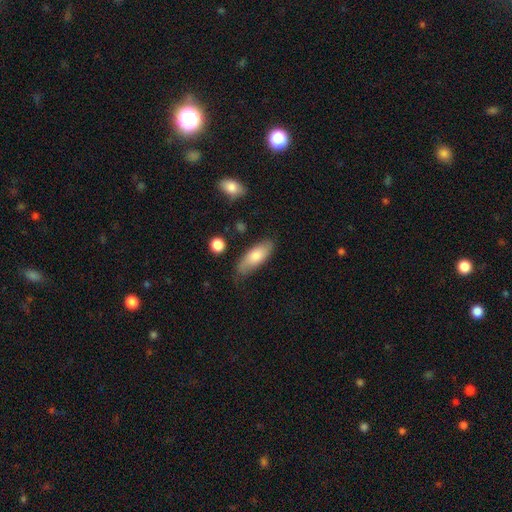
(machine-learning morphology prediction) Smooth or featured? Predicted: smooth (p=0.74). How rounded? Predicted: in between (p=0.74). Merging? Predicted: none (p=0.74).